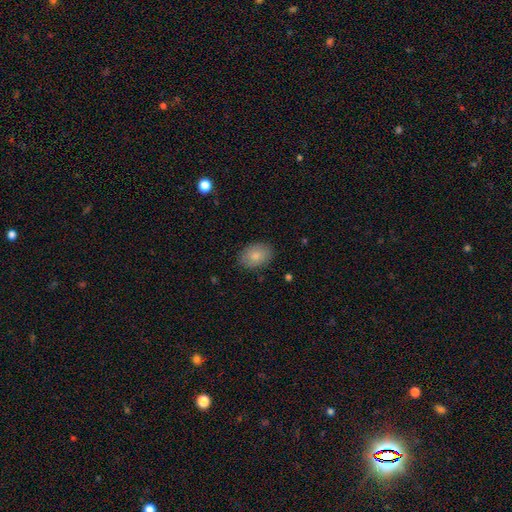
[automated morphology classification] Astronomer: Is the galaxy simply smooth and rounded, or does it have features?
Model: smooth — 83%.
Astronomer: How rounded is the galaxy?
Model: in between — 77%.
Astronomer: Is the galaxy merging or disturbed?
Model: none — 84%.